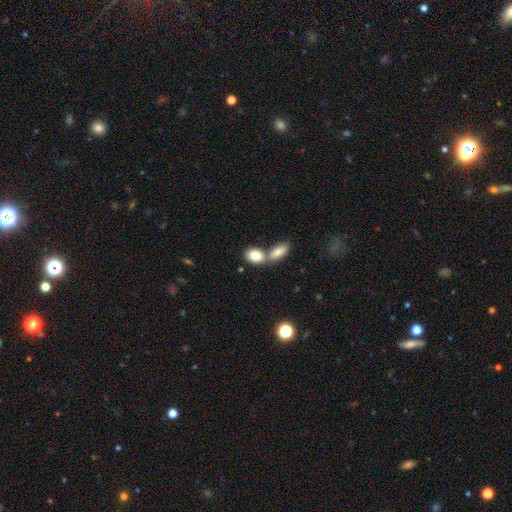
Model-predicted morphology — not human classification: The model was most divided on "merging": merger: 52%, none: 36%, minor disturbance: 8%, major disturbance: 3%. More confident: smooth or featured — smooth (83%); how rounded — in between (81%).